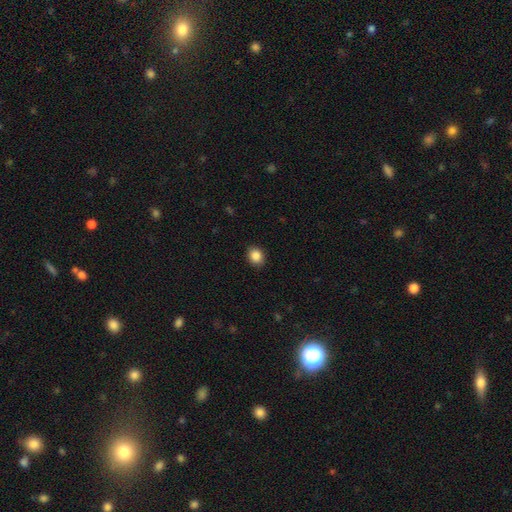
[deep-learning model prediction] smooth 87%, star or artifact 9%, featured or disk 4%. Down the decision tree: how rounded — round (60%); merging — none (90%).